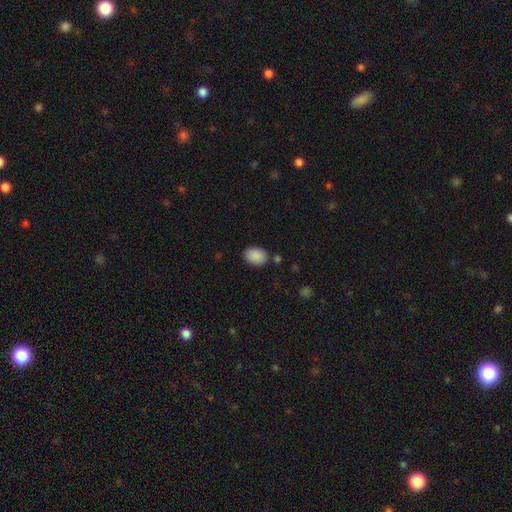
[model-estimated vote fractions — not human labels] Smooth or featured? smooth (89%)
How rounded? in between (76%)
Merging? none (81%)